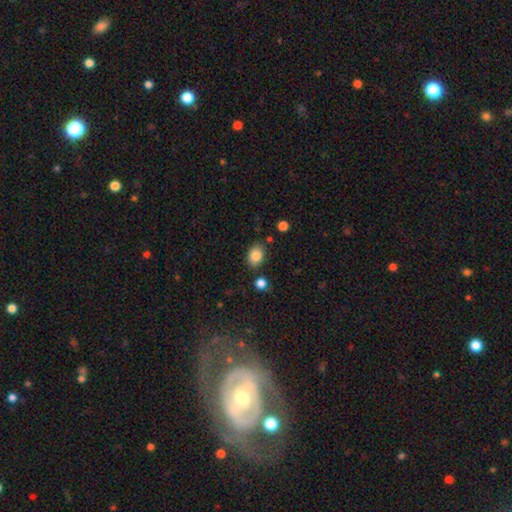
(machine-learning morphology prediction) This is clearly a smooth galaxy (84%). How rounded: likely in between (72%). Merging: clearly none (80%).